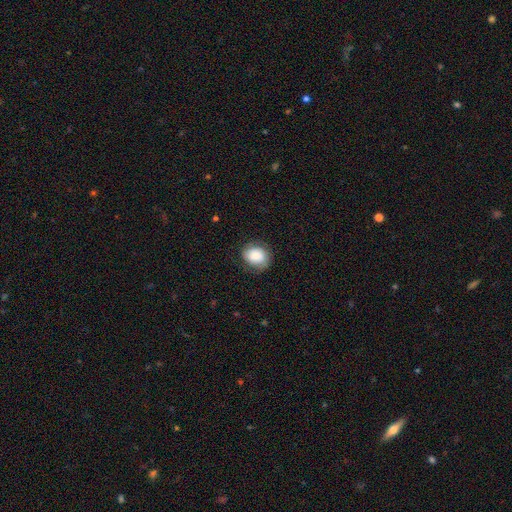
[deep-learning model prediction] This is likely a smooth galaxy (78%). How rounded: possibly round (59%). Merging: likely none (75%).